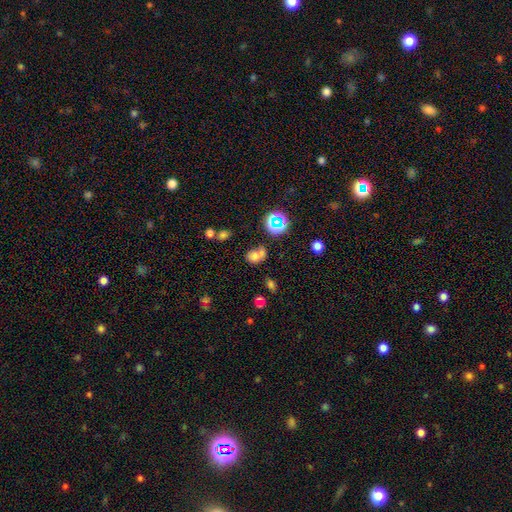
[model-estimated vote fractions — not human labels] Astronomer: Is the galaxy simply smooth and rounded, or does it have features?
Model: smooth — 67%.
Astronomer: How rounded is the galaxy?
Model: round — 54% (runner-up: in between, 45%).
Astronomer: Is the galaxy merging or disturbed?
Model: none — 44% (runner-up: merger, 36%).